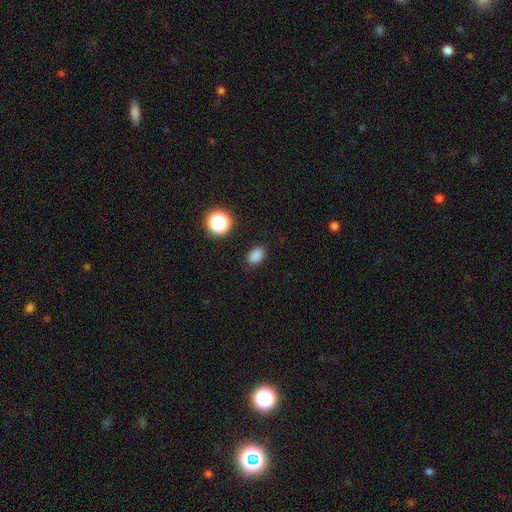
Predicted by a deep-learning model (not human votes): Smooth or featured?
  - smooth: 83% *
  - star or artifact: 13%
  - featured or disk: 4%
How rounded?
  - in between: 79% *
  - round: 20%
  - cigar-shaped: 1%
Merging?
  - none: 85% *
  - minor disturbance: 11%
  - major disturbance: 3%
  - merger: 1%